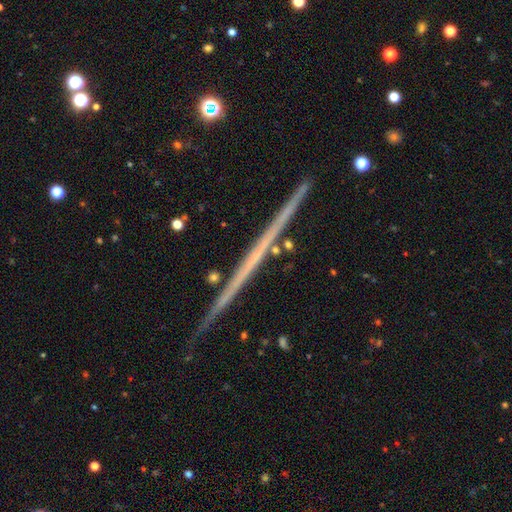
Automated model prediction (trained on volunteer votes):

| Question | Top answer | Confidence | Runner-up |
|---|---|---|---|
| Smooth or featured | featured or disk | 70% | smooth (21%) |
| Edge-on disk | yes | 98% | no (2%) |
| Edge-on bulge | none | 91% | rounded (6%) |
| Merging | none | 90% | minor disturbance (7%) |